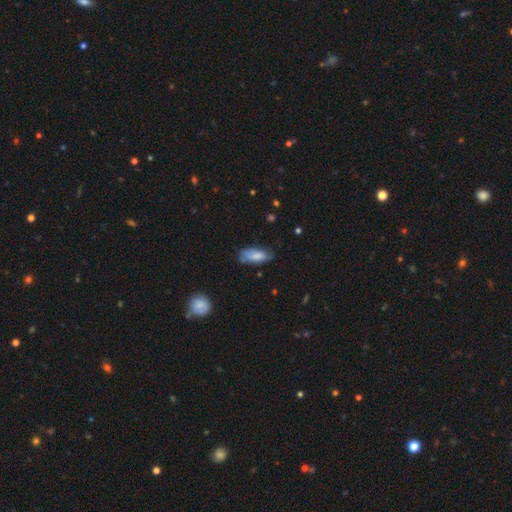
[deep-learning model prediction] Smooth or featured: smooth — 73% (featured or disk — 20%)
How rounded: in between — 75% (cigar-shaped — 23%)
Merging: none — 58% (minor disturbance — 31%)